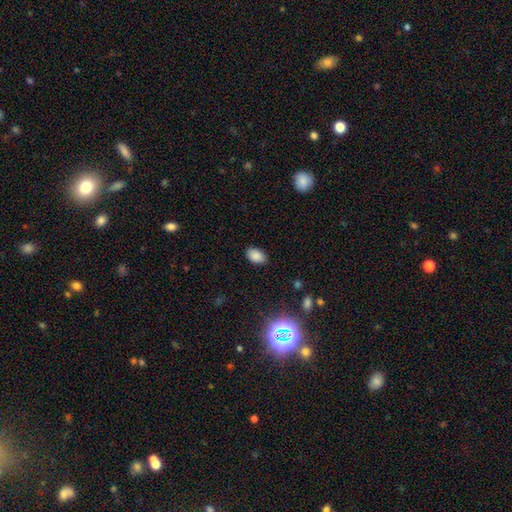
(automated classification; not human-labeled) This appears to be a smooth galaxy with no disk features (85%) that is in between round and cigar-shaped (89%). Merging: none (86%).